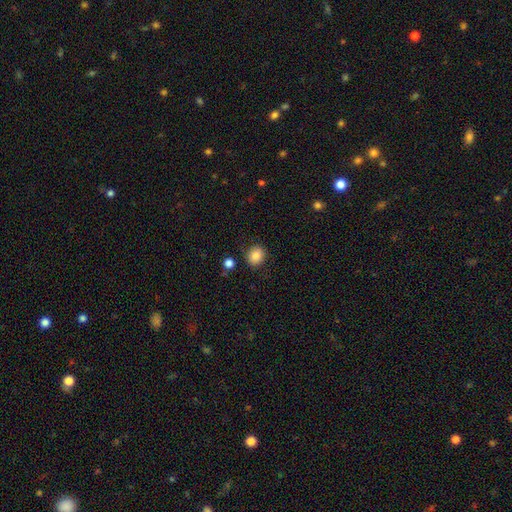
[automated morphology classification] Smooth or featured: smooth — 85% (star or artifact — 10%)
How rounded: round — 72% (in between — 27%)
Merging: none — 86% (minor disturbance — 9%)